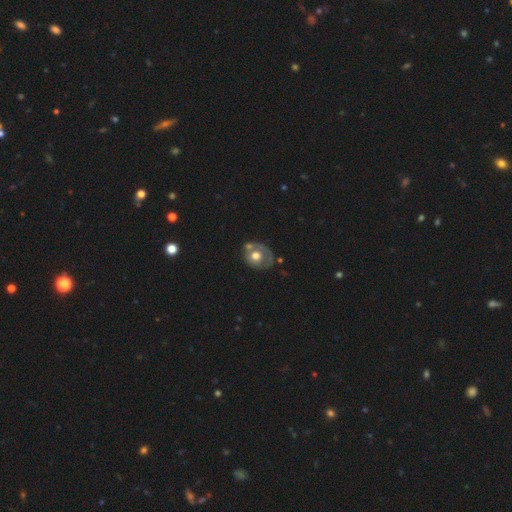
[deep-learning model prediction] A smooth galaxy with no disk features (49%). Merging: none (51%).